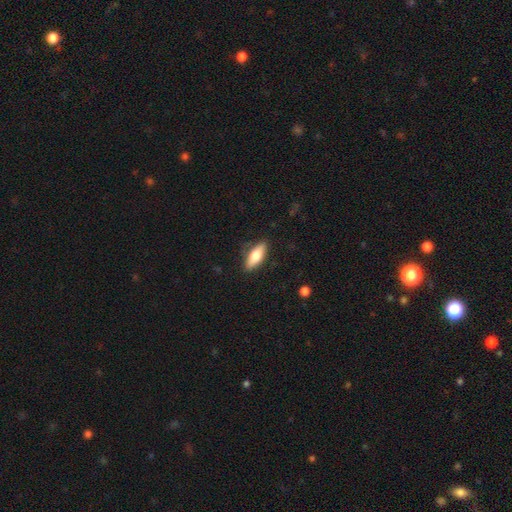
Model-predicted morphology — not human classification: smooth 68%, featured or disk 26%, star or artifact 6%. Down the decision tree: how rounded — in between (65%); merging — none (85%).